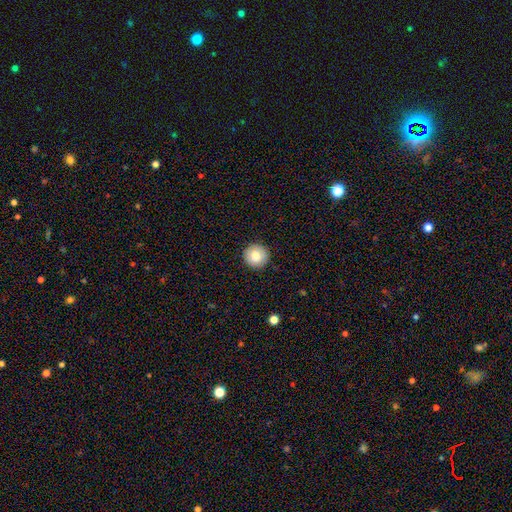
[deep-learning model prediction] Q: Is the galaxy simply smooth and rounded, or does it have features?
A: smooth — 79%.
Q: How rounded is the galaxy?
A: round — 95%.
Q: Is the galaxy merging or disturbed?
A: none — 91%.